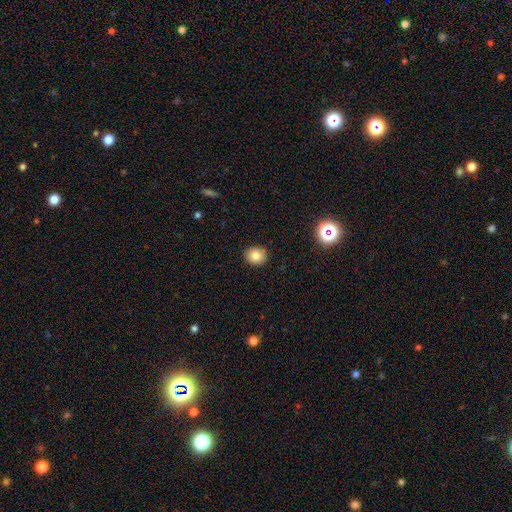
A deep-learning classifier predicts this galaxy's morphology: Smooth or featured? smooth (81%)
How rounded? round (76%)
Merging? none (89%)